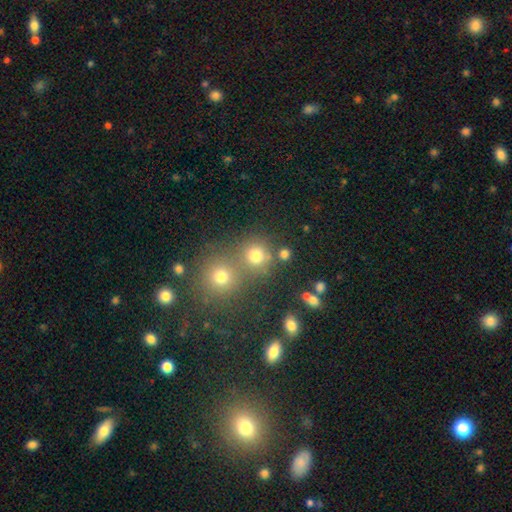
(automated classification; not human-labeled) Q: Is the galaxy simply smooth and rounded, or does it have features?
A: smooth — 75%.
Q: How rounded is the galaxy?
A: round — 88%.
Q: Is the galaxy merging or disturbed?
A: none — 57%.